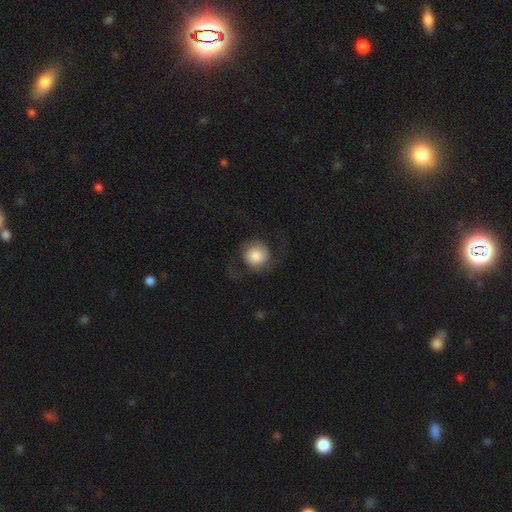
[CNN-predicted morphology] Smooth or featured? smooth (58%)
How rounded? round (89%)
Merging? none (66%)